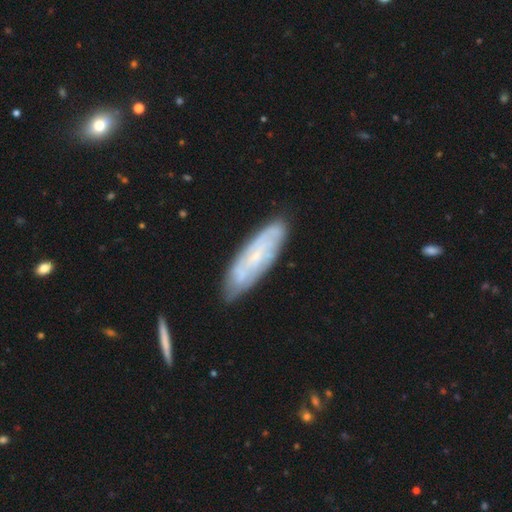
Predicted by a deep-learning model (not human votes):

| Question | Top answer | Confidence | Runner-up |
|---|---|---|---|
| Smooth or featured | featured or disk | 58% | smooth (35%) |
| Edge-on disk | no | 79% | yes (21%) |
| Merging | none | 79% | minor disturbance (16%) |